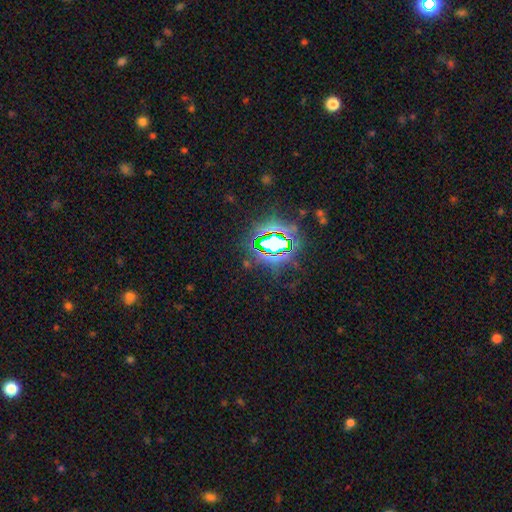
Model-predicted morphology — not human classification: This appears to be a star or artifact, not a galaxy (82%).